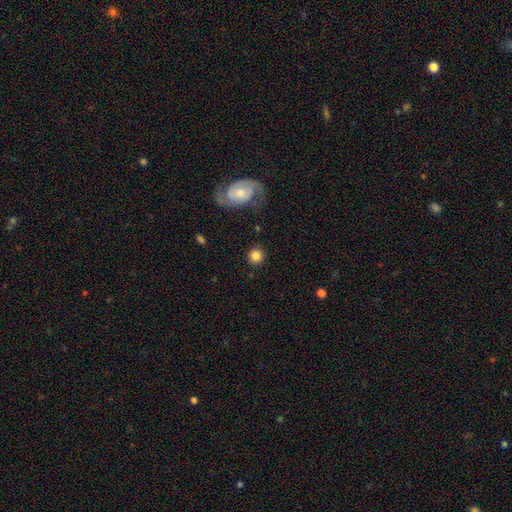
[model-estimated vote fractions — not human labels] smooth_or_featured: smooth (p=0.82) [alt: featured or disk p=0.09]
how_rounded: round (p=0.90) [alt: in between p=0.09]
merging: none (p=0.87) [alt: minor disturbance p=0.08]